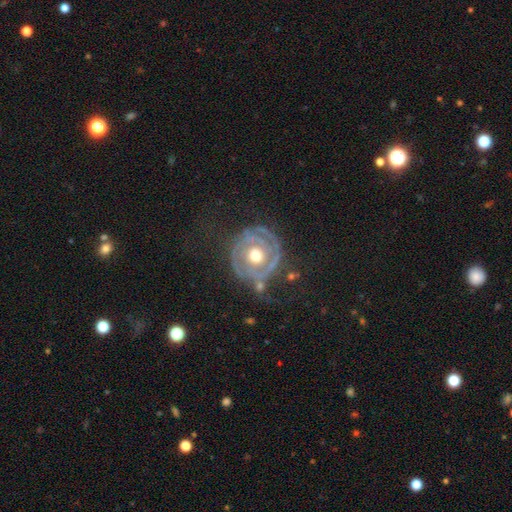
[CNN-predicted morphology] Smooth or featured?
  - featured or disk: 72% *
  - smooth: 16%
  - star or artifact: 13%
Edge-on disk?
  - no: 95% *
  - yes: 5%
Bar?
  - no: 81% *
  - weak: 13%
  - strong: 5%
Spiral arms?
  - yes: 76% *
  - no: 24%
Spiral winding?
  - tight: 73% *
  - medium: 19%
  - loose: 8%
Spiral arm count?
  - 2: 36% *
  - can't tell: 33%
  - 3: 11%
  - 1: 9%
  - 4: 6%
  - more than 4: 6%
Bulge size?
  - moderate: 76% *
  - large: 13%
  - small: 8%
  - dominant: 2%
  - none: 1%
Merging?
  - none: 64% *
  - minor disturbance: 19%
  - major disturbance: 12%
  - merger: 4%